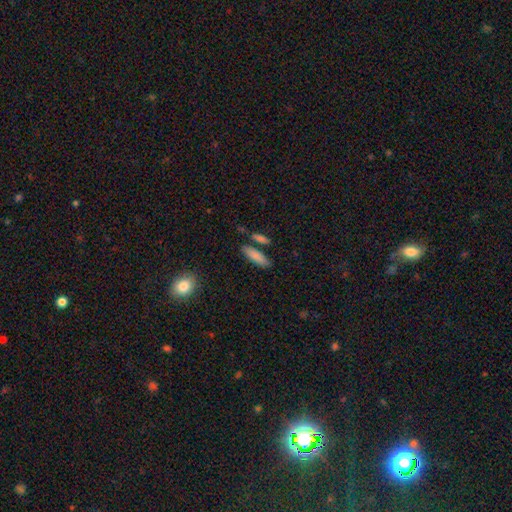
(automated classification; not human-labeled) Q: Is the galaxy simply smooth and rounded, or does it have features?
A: smooth — 84%.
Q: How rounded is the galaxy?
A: cigar-shaped — 50%.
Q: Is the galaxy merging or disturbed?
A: none — 75%.